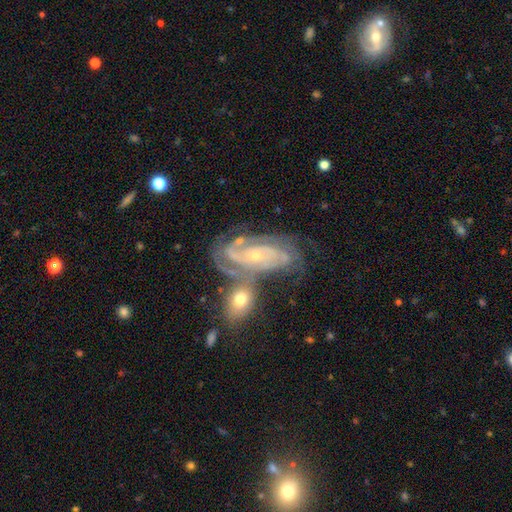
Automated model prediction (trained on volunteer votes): A featured or disk galaxy (87%) with no bar (62%), 3 (28%) tight (63%) spiral arms (97%) and a small central bulge (71%).

Vote fractions:
- Smooth or featured? featured or disk: 87% / smooth: 6% / star or artifact: 6%
- Edge-on disk? no: 95% / yes: 5%
- Bar? no: 62% / weak: 27% / strong: 10%
- Spiral arms? yes: 97% / no: 3%
- Spiral winding? tight: 63% / medium: 31% / loose: 6%
- Spiral arm count? 3: 28% / 2: 26% / can't tell: 23% / 4: 13% / more than 4: 5% / 1: 5%
- Bulge size? small: 71% / moderate: 25% / none: 2% / large: 1% / dominant: 1%
- Merging? none: 51% / merger: 24% / minor disturbance: 17% / major disturbance: 8%